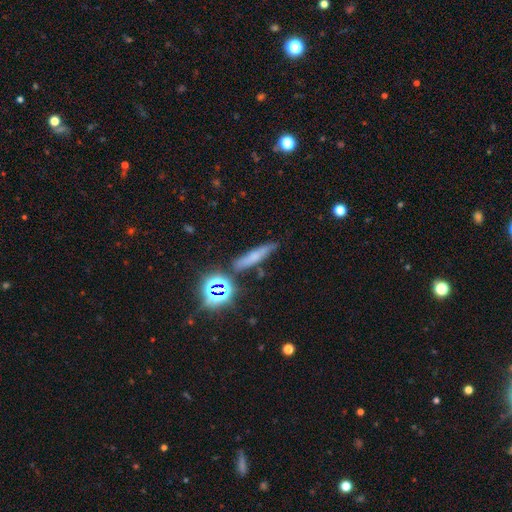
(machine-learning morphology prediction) smooth-or-featured: smooth: 55% | featured or disk: 23% | star or artifact: 22%
  how-rounded: cigar-shaped: 79% | in between: 13% | round: 8%
  merging: none: 78% | minor disturbance: 14% | merger: 5% | major disturbance: 4%